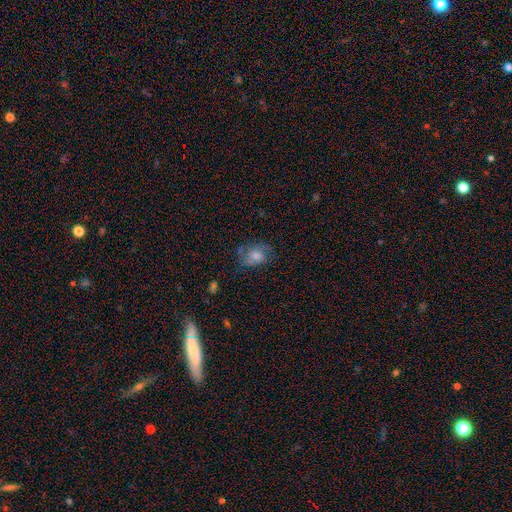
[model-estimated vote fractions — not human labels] Smooth or featured? Predicted: smooth (p=0.71). How rounded? Predicted: in between (p=0.66). Merging? Predicted: none (p=0.56).